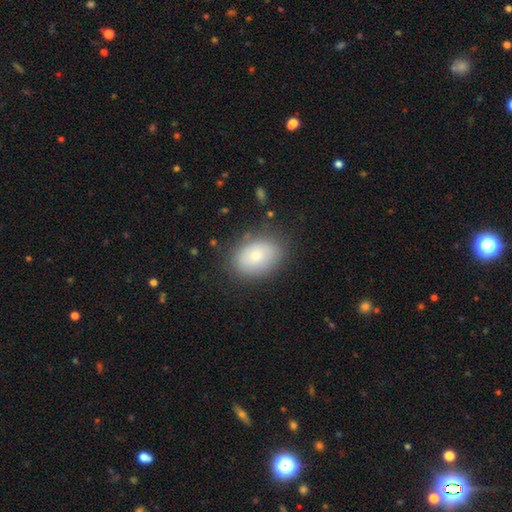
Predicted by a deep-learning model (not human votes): smooth-or-featured: smooth: 79% | featured or disk: 13% | star or artifact: 8%
  how-rounded: in between: 78% | round: 21% | cigar-shaped: 1%
  merging: none: 80% | minor disturbance: 14% | major disturbance: 4% | merger: 2%